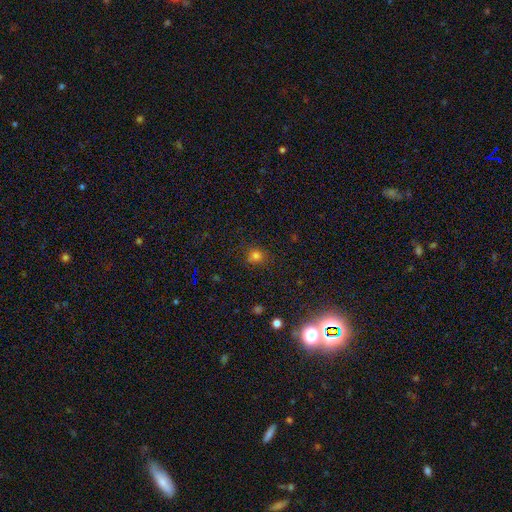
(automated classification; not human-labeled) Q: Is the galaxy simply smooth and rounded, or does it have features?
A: smooth — 74%.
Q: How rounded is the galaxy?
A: round — 84%.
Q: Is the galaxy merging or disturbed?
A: none — 80%.